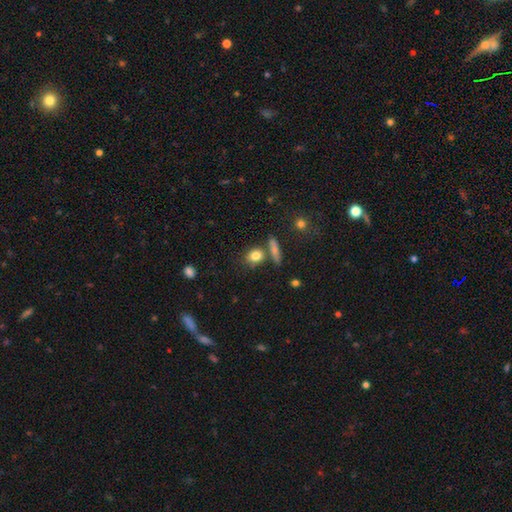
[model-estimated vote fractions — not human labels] Smooth or featured? Predicted: smooth (p=0.81). How rounded? Predicted: round (p=0.58). Merging? Predicted: none (p=0.65).